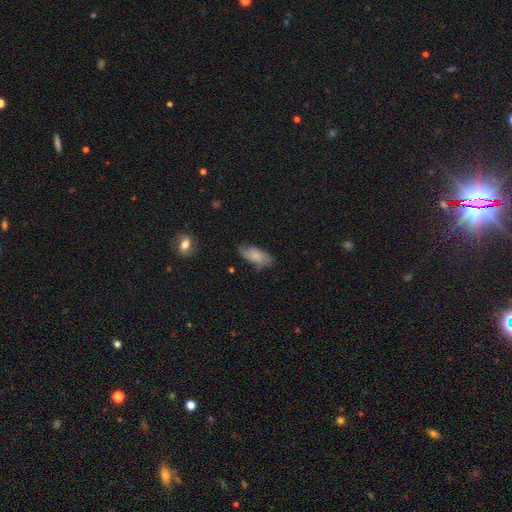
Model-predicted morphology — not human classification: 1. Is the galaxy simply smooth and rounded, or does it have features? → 72% smooth, 21% featured or disk, 7% star or artifact.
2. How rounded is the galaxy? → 87% in between, 11% cigar-shaped, 2% round.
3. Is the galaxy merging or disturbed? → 66% none, 26% minor disturbance, 6% major disturbance, 2% merger.